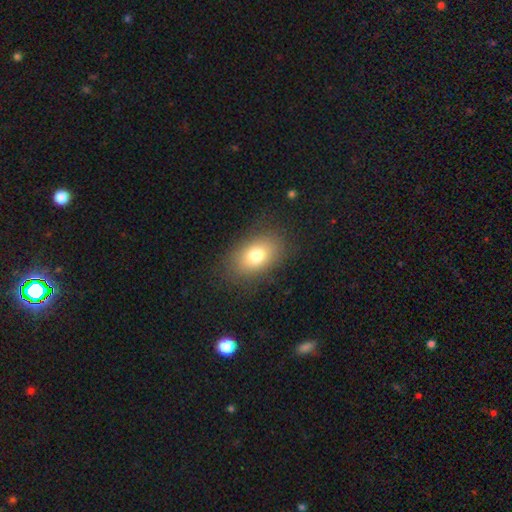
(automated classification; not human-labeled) smooth_or_featured: smooth (p=0.78) [alt: featured or disk p=0.12]
how_rounded: in between (p=0.85) [alt: round p=0.14]
merging: none (p=0.84) [alt: minor disturbance p=0.11]